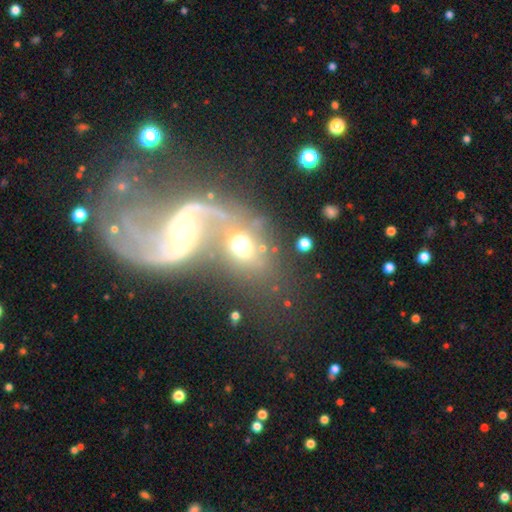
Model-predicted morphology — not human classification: featured or disk 73%, smooth 16%, star or artifact 11%. Down the decision tree: edge-on disk — no (96%); bar — no (41%); spiral arms — yes (88%); spiral arm count — 2 (89%); spiral winding — loose (79%); bulge size — small (45%); merging — merger (52%).